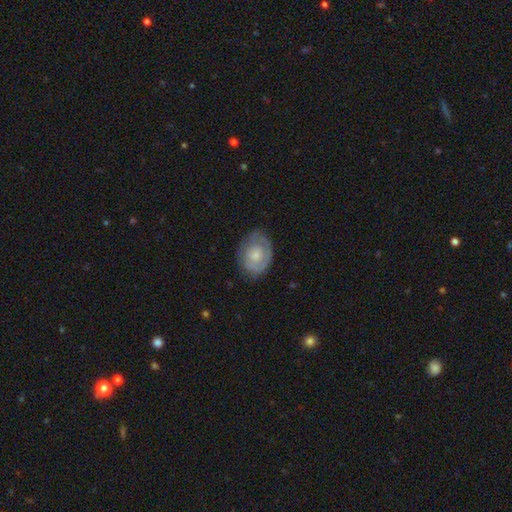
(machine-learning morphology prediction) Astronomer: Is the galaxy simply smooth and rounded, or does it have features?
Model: smooth — 49% (runner-up: featured or disk, 45%).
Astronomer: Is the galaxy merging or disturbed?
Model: none — 67%.